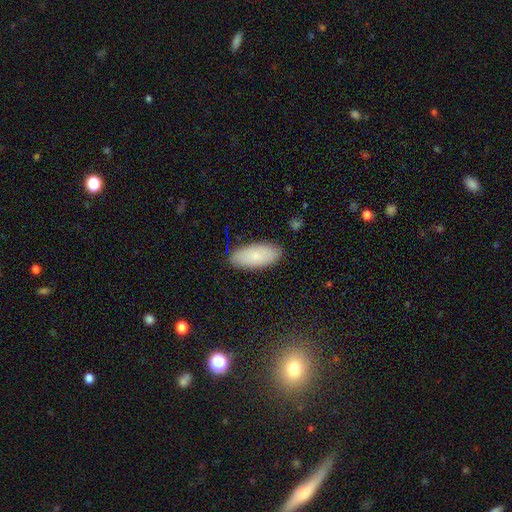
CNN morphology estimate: Smooth or featured?
  - smooth: 82% *
  - featured or disk: 12%
  - star or artifact: 7%
How rounded?
  - in between: 90% *
  - cigar-shaped: 8%
  - round: 2%
Merging?
  - none: 87% *
  - minor disturbance: 10%
  - major disturbance: 2%
  - merger: 1%